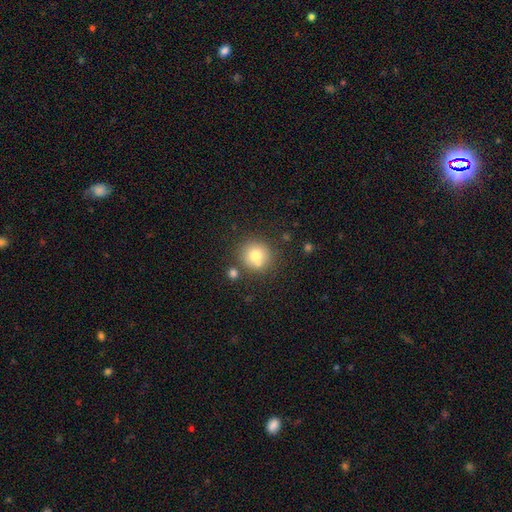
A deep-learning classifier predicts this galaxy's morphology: Smooth or featured?
  - smooth: 75% *
  - featured or disk: 13%
  - star or artifact: 12%
How rounded?
  - round: 91% *
  - in between: 8%
  - cigar-shaped: 1%
Merging?
  - none: 71% *
  - merger: 14%
  - minor disturbance: 12%
  - major disturbance: 4%